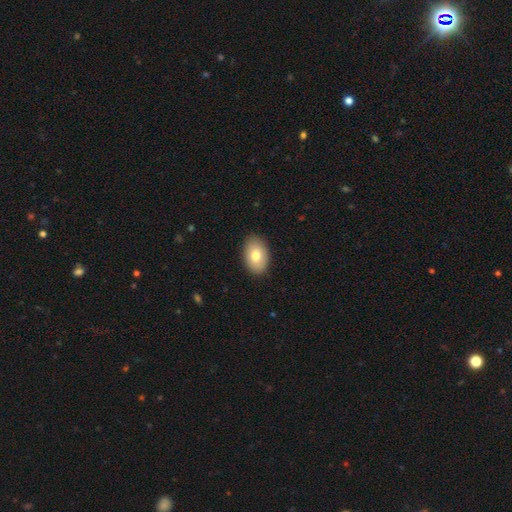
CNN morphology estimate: Smooth or featured? smooth (77%)
How rounded? in between (89%)
Merging? none (88%)